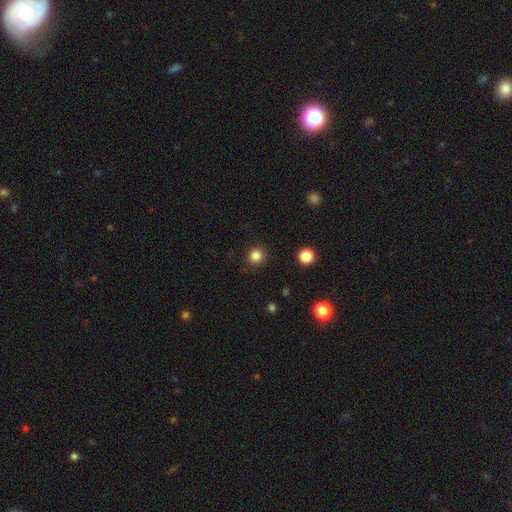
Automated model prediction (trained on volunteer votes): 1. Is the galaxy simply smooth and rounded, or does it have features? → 84% smooth, 12% star or artifact, 4% featured or disk.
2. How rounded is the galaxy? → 95% round, 5% in between, 1% cigar-shaped.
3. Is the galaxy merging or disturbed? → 90% none, 7% minor disturbance, 2% major disturbance, 1% merger.